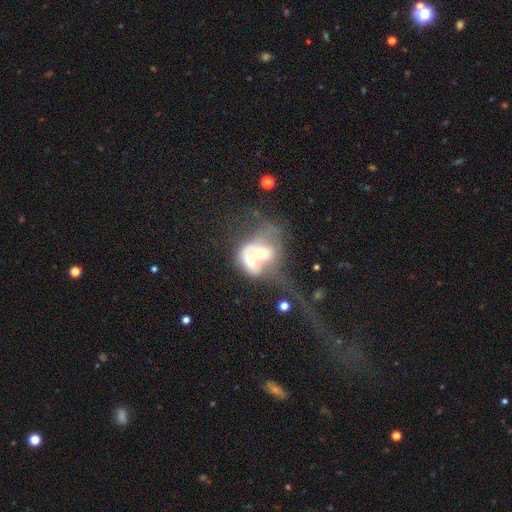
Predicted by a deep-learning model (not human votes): Smooth or featured? featured or disk (46%)
Merging? merger (75%)